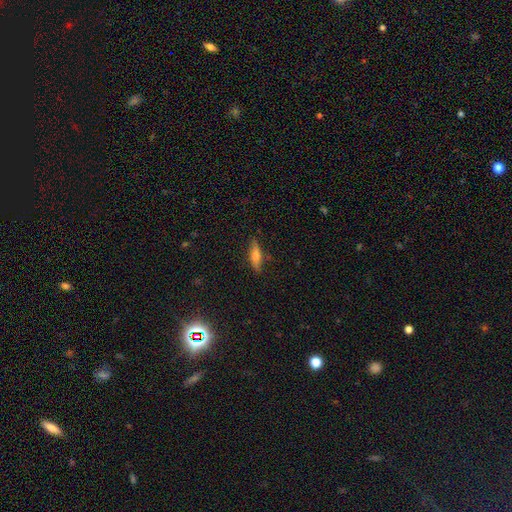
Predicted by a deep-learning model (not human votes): This appears to be a smooth galaxy with no disk features (62%) that is cigar-shaped (60%). Merging: none (82%).